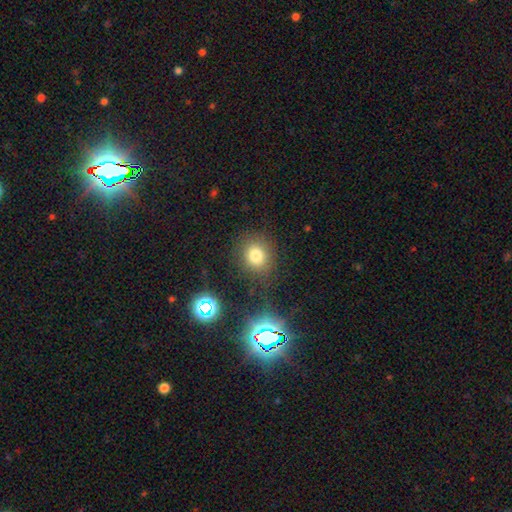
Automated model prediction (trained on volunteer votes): Morphology: type=smooth (76%); roundness=round (80%); merging=none (83%).